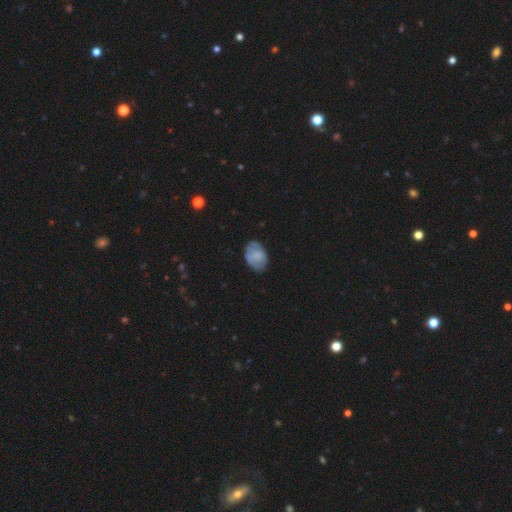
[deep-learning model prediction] This is likely a smooth galaxy (68%). How rounded: clearly in between (83%). Merging: likely none (70%).